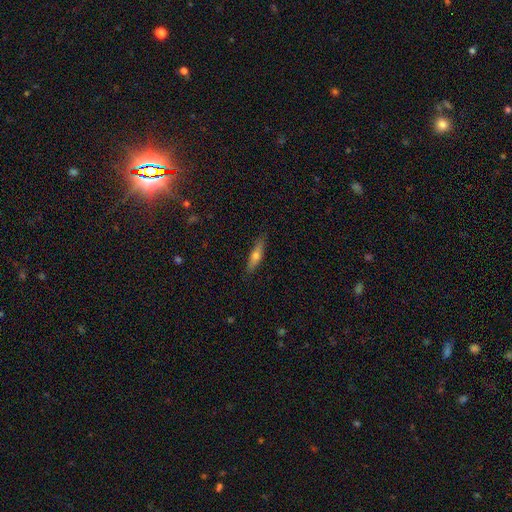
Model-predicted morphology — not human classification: smooth-or-featured: smooth: 50% | featured or disk: 43% | star or artifact: 7%
  how-rounded: cigar-shaped: 78% | in between: 20% | round: 2%
  merging: none: 88% | minor disturbance: 9% | major disturbance: 2% | merger: 1%